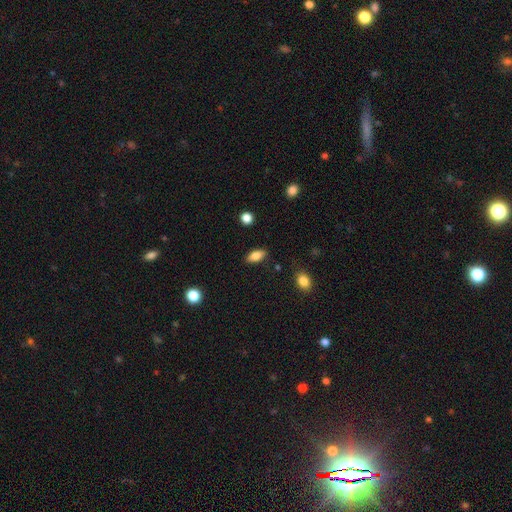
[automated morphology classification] smooth_or_featured: smooth (p=0.81) [alt: featured or disk p=0.11]
how_rounded: in between (p=0.86) [alt: cigar-shaped p=0.10]
merging: none (p=0.85) [alt: minor disturbance p=0.10]